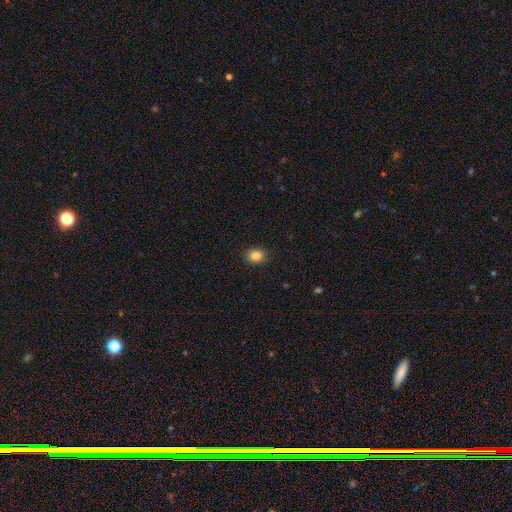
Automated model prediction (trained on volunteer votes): Smooth or featured: smooth — 86% (star or artifact — 10%)
How rounded: round — 52% (in between — 47%)
Merging: none — 89% (minor disturbance — 8%)